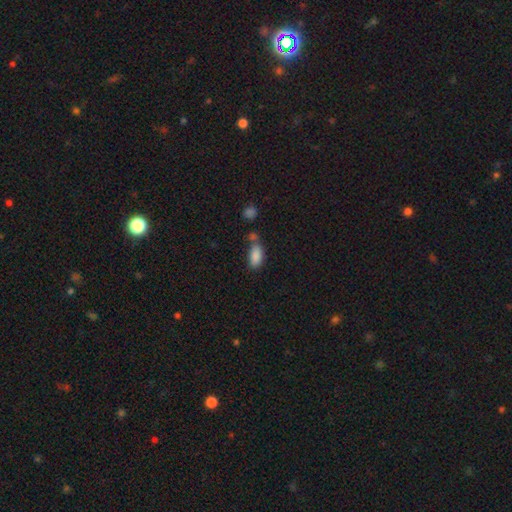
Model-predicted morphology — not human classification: Smooth or featured: smooth — 86% (star or artifact — 8%)
How rounded: in between — 90% (cigar-shaped — 7%)
Merging: none — 51% (merger — 26%)